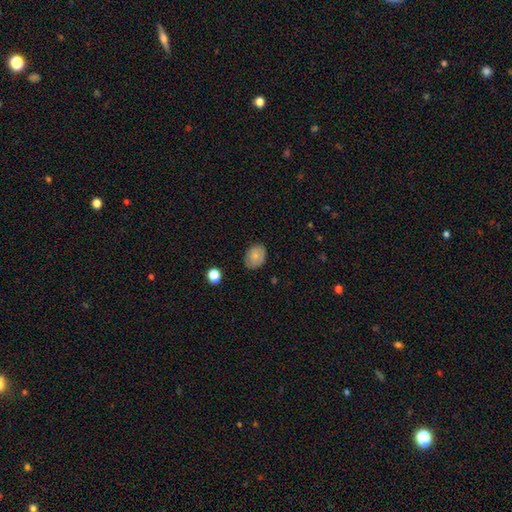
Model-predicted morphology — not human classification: A smooth galaxy with no disk features (76%) that is in between round and cigar-shaped (63%). Merging: none (79%).